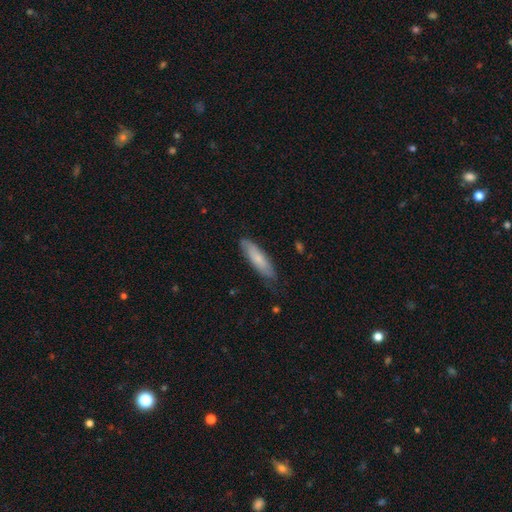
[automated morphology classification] Q: Smooth or featured?
A: smooth (65%); runner-up: featured or disk (28%)
Q: How rounded?
A: cigar-shaped (68%); runner-up: in between (30%)
Q: Merging?
A: none (75%); runner-up: minor disturbance (20%)